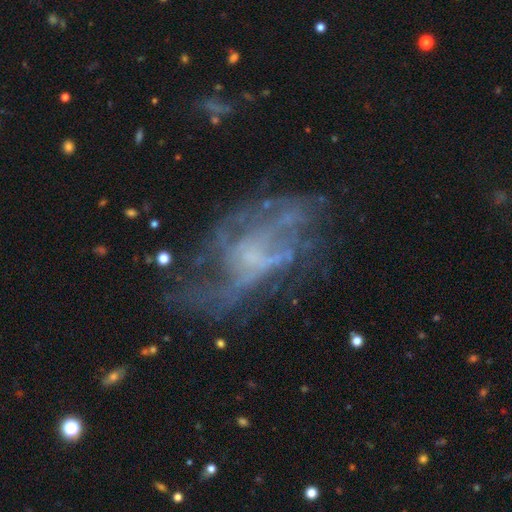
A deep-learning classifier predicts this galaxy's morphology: Smooth or featured?
  - featured or disk: 75% *
  - smooth: 13%
  - star or artifact: 13%
Edge-on disk?
  - no: 96% *
  - yes: 4%
Bar?
  - no: 67% *
  - weak: 27%
  - strong: 6%
Spiral arms?
  - yes: 66% *
  - no: 34%
Bulge size?
  - none: 50% *
  - small: 34%
  - moderate: 13%
  - large: 2%
  - dominant: 1%
Merging?
  - none: 42% *
  - major disturbance: 35%
  - minor disturbance: 19%
  - merger: 5%